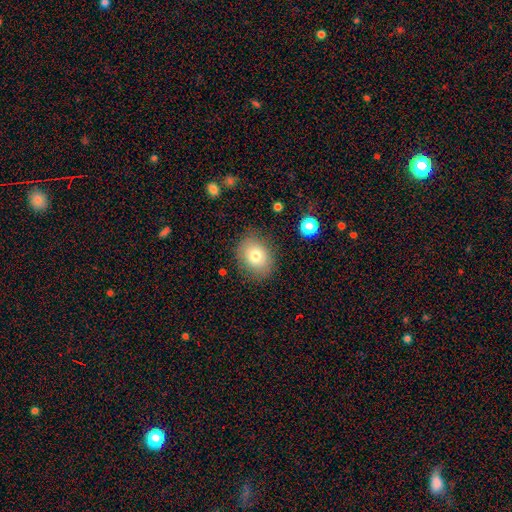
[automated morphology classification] Smooth or featured? smooth (75%)
How rounded? in between (51%)
Merging? none (81%)